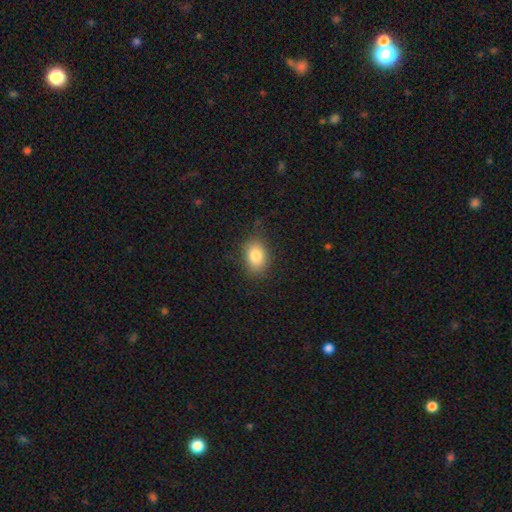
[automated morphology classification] Smooth or featured?
  - smooth: 83% *
  - star or artifact: 9%
  - featured or disk: 8%
How rounded?
  - in between: 77% *
  - round: 21%
  - cigar-shaped: 1%
Merging?
  - none: 81% *
  - minor disturbance: 14%
  - major disturbance: 4%
  - merger: 1%